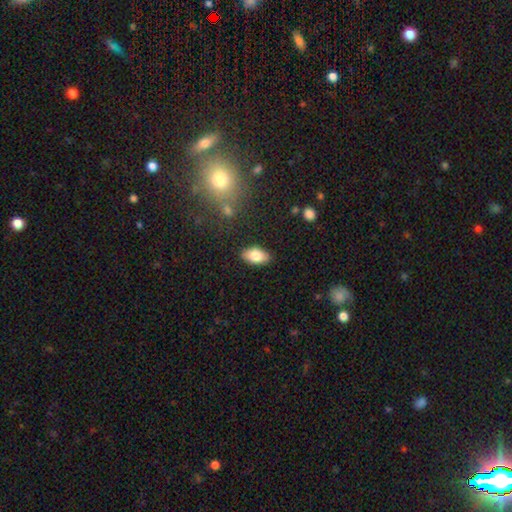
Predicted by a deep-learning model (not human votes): Overall: smooth (80%). How rounded: in between (92%). Merging: none (87%).